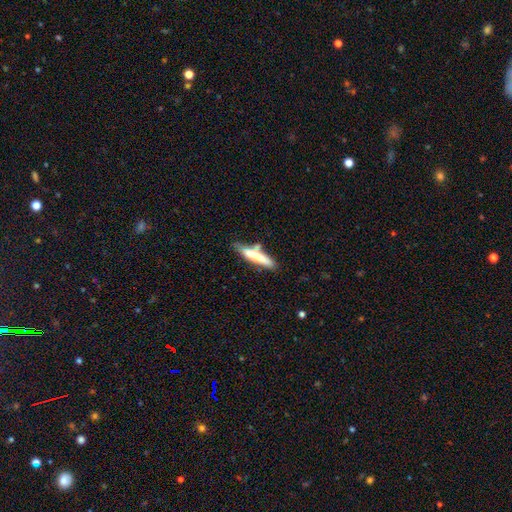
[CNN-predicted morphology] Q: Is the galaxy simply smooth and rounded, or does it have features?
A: smooth — 67%.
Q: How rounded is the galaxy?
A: cigar-shaped — 88%.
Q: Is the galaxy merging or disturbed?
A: none — 63%.